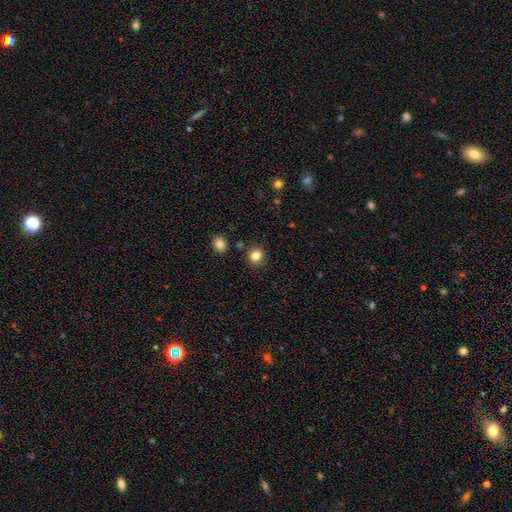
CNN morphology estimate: smooth-or-featured: smooth: 84% | star or artifact: 11% | featured or disk: 5%
  how-rounded: round: 77% | in between: 22% | cigar-shaped: 1%
  merging: none: 85% | minor disturbance: 9% | merger: 4% | major disturbance: 3%